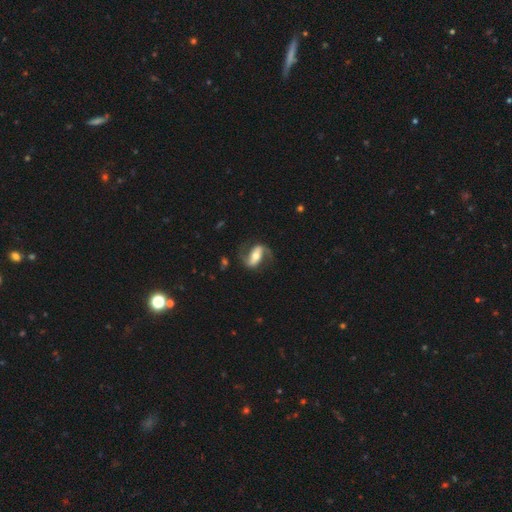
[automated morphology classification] type=featured or disk (82%); edge-on=no (94%); bar=strong (56%); spiral arms=yes (94%); winding=loose (46%); arm count=2 (92%); bulge=moderate (59%); merging=none (74%).